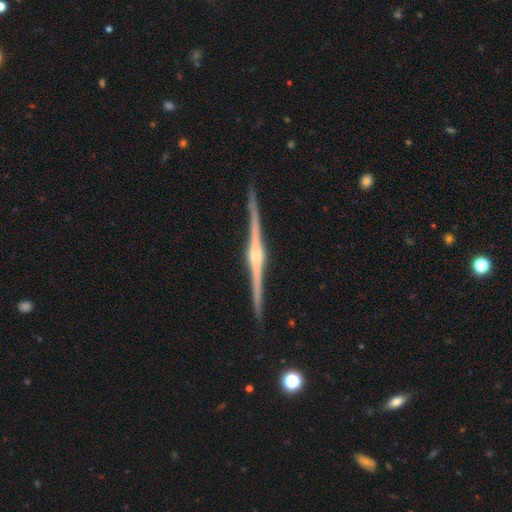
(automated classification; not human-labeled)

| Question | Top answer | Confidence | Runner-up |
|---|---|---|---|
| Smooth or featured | featured or disk | 90% | smooth (5%) |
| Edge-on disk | yes | 99% | no (1%) |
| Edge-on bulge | rounded | 83% | boxy (12%) |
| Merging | none | 92% | minor disturbance (6%) |